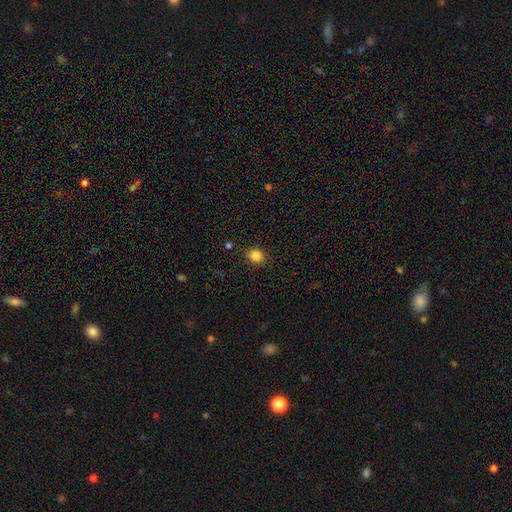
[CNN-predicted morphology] Smooth or featured?
  - smooth: 84% *
  - star or artifact: 11%
  - featured or disk: 4%
How rounded?
  - round: 58% *
  - in between: 41%
  - cigar-shaped: 1%
Merging?
  - none: 88% *
  - minor disturbance: 8%
  - major disturbance: 2%
  - merger: 2%